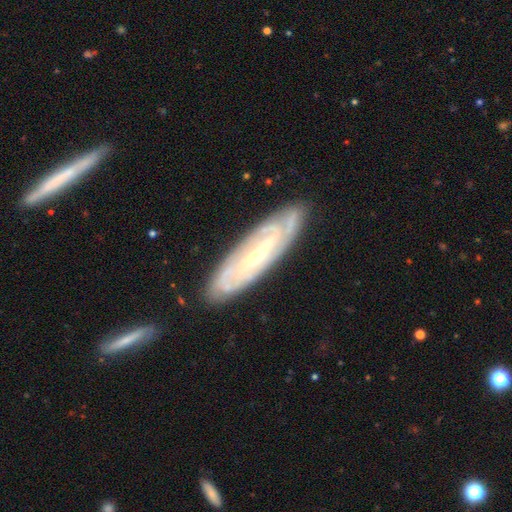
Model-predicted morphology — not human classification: Smooth or featured?
  - featured or disk: 85% *
  - smooth: 10%
  - star or artifact: 5%
Edge-on disk?
  - no: 83% *
  - yes: 17%
Bar?
  - no: 41% *
  - weak: 36%
  - strong: 23%
Spiral arms?
  - yes: 95% *
  - no: 5%
Spiral winding?
  - tight: 75% *
  - medium: 21%
  - loose: 4%
Spiral arm count?
  - can't tell: 38% *
  - 2: 22%
  - 3: 18%
  - 4: 12%
  - more than 4: 6%
  - 1: 4%
Bulge size?
  - small: 63% *
  - moderate: 34%
  - large: 1%
  - none: 1%
  - dominant: 1%
Merging?
  - none: 83% *
  - minor disturbance: 12%
  - major disturbance: 3%
  - merger: 2%